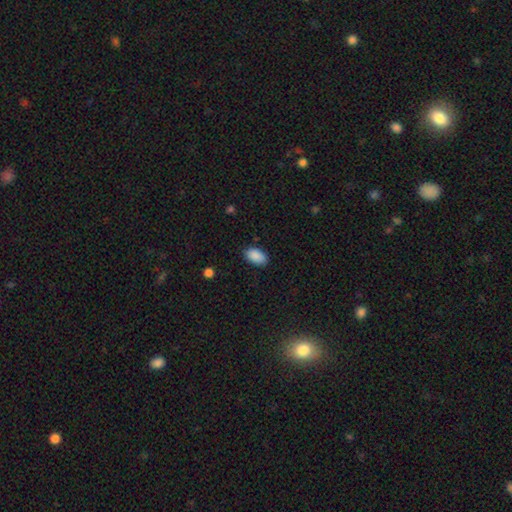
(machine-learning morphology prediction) type=smooth (89%); roundness=in between (93%); merging=none (85%).